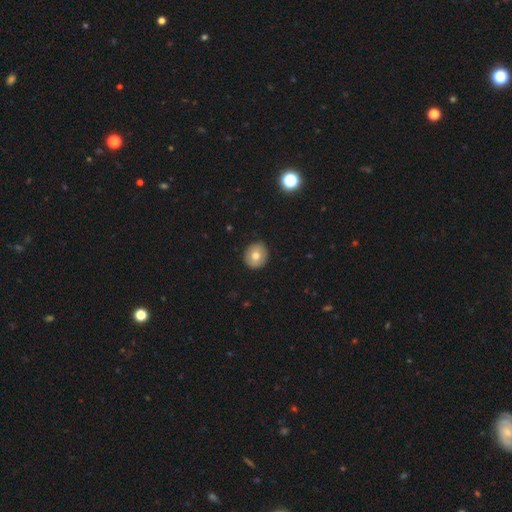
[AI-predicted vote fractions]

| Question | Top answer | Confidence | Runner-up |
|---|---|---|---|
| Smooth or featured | smooth | 74% | featured or disk (17%) |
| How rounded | round | 85% | in between (14%) |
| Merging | none | 90% | minor disturbance (7%) |